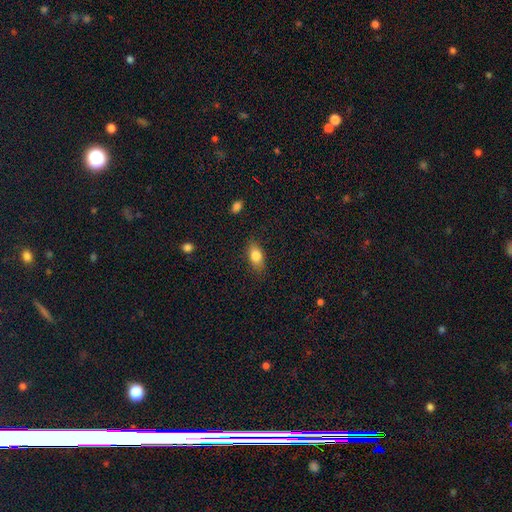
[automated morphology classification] Smooth or featured: smooth — 82% (featured or disk — 11%)
How rounded: in between — 86% (round — 8%)
Merging: none — 83% (minor disturbance — 13%)